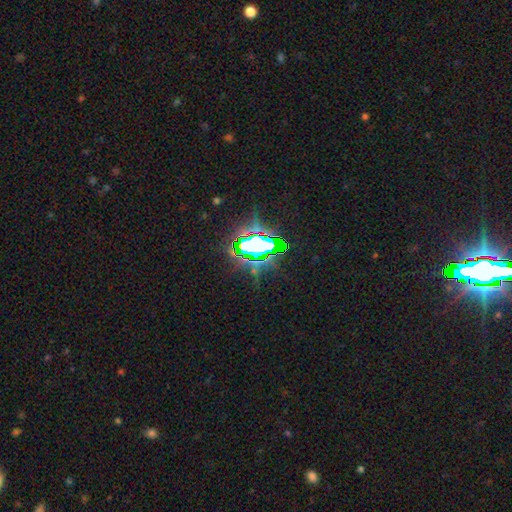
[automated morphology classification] smooth-or-featured: star or artifact: 82% | smooth: 11% | featured or disk: 7%